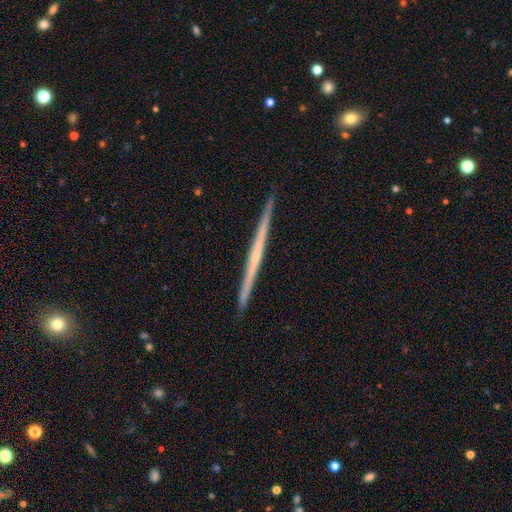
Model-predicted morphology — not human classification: Smooth or featured: featured or disk — 71% (smooth — 24%)
Edge-on disk: yes — 98% (no — 2%)
Edge-on bulge: none — 81% (rounded — 15%)
Merging: none — 92% (minor disturbance — 6%)